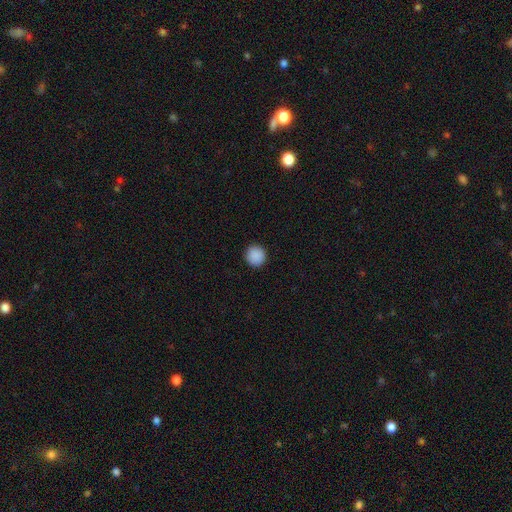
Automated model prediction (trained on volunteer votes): smooth-or-featured: smooth: 90% | star or artifact: 8% | featured or disk: 2%
  how-rounded: round: 94% | in between: 5% | cigar-shaped: 1%
  merging: none: 93% | minor disturbance: 5% | major disturbance: 2% | merger: 1%